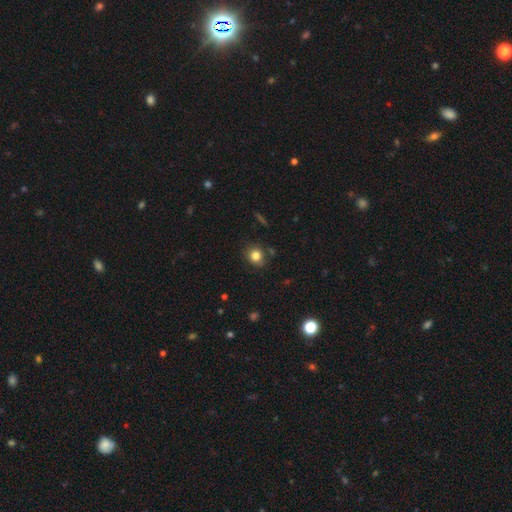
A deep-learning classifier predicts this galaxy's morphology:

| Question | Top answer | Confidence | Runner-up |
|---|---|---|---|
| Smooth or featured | smooth | 82% | star or artifact (12%) |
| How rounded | round | 79% | in between (20%) |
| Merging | none | 81% | minor disturbance (12%) |